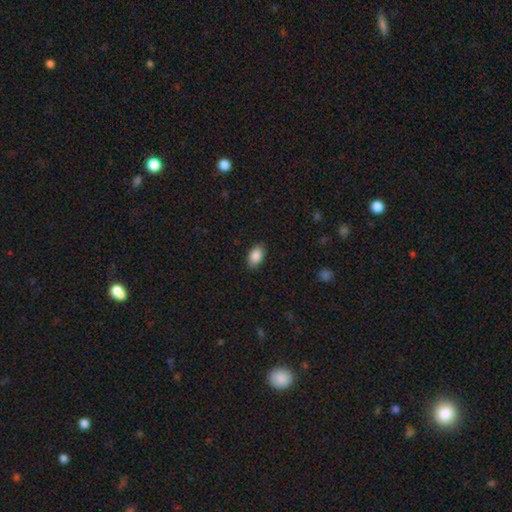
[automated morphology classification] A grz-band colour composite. It shows a smooth galaxy with no disk features (88%) that is in between round and cigar-shaped (91%). Merging: none (88%).